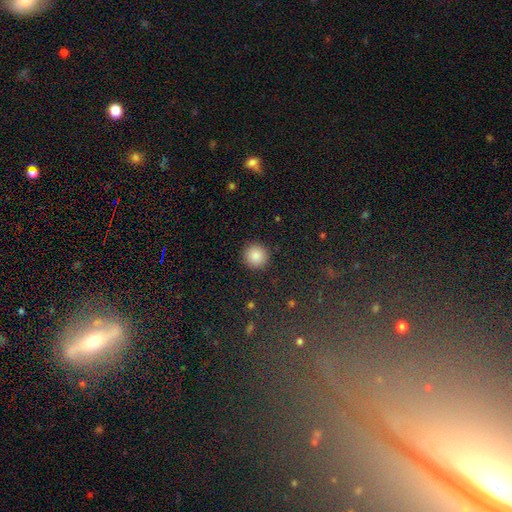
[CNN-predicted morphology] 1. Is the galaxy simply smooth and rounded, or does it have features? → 87% smooth, 9% star or artifact, 4% featured or disk.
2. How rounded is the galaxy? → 95% round, 4% in between, 1% cigar-shaped.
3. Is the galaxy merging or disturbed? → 92% none, 5% minor disturbance, 2% major disturbance, 1% merger.